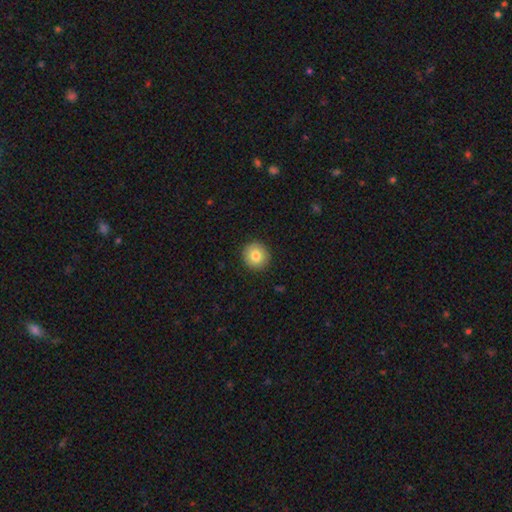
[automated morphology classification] This appears to be a smooth galaxy with no disk features (81%) that is round (94%). Merging: none (91%).